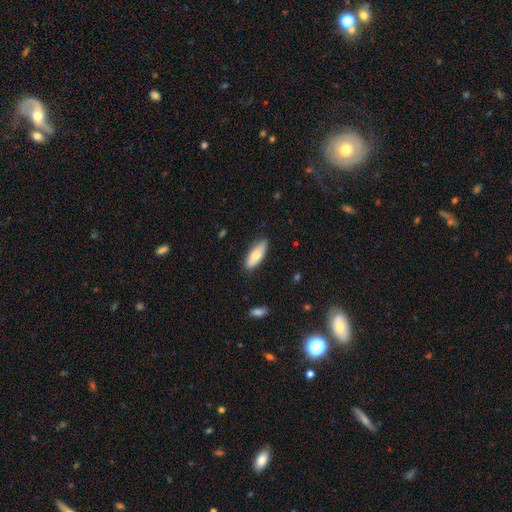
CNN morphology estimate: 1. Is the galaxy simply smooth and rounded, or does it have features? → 76% smooth, 18% featured or disk, 6% star or artifact.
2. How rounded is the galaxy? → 68% in between, 30% cigar-shaped, 2% round.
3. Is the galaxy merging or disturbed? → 82% none, 14% minor disturbance, 2% major disturbance, 1% merger.